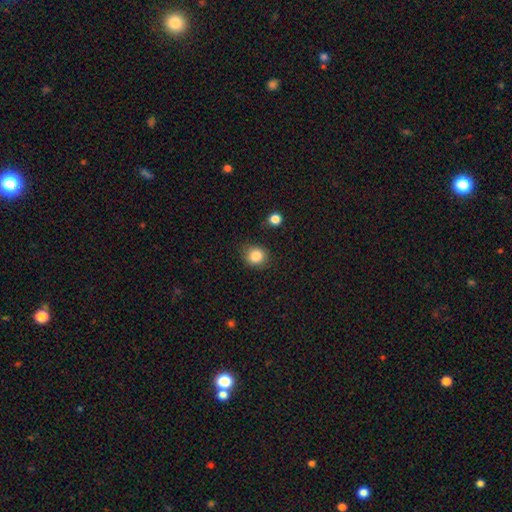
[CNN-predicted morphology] smooth_or_featured: smooth (p=0.85) [alt: star or artifact p=0.11]
how_rounded: round (p=0.82) [alt: in between p=0.17]
merging: none (p=0.82) [alt: minor disturbance p=0.12]